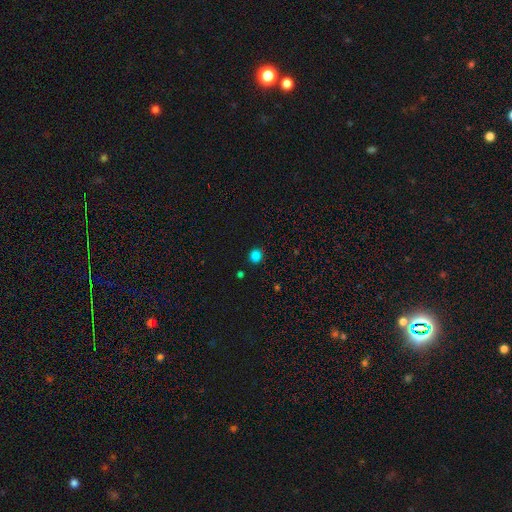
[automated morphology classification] smooth-or-featured: smooth: 83% | star or artifact: 14% | featured or disk: 3%
  how-rounded: round: 86% | in between: 13% | cigar-shaped: 1%
  merging: none: 90% | minor disturbance: 6% | major disturbance: 2% | merger: 2%